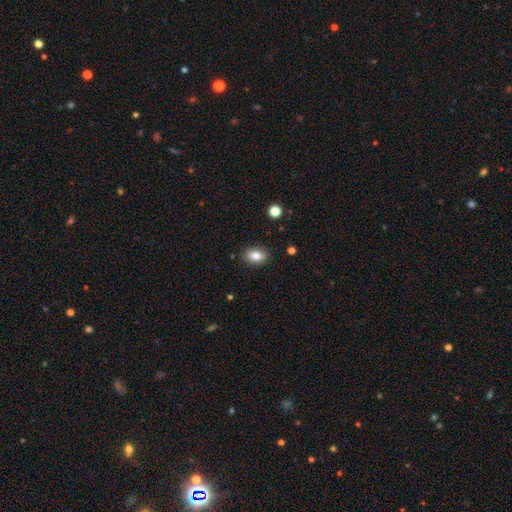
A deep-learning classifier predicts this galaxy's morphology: smooth_or_featured: smooth (p=0.85) [alt: star or artifact p=0.09]
how_rounded: in between (p=0.81) [alt: round p=0.18]
merging: none (p=0.87) [alt: minor disturbance p=0.09]